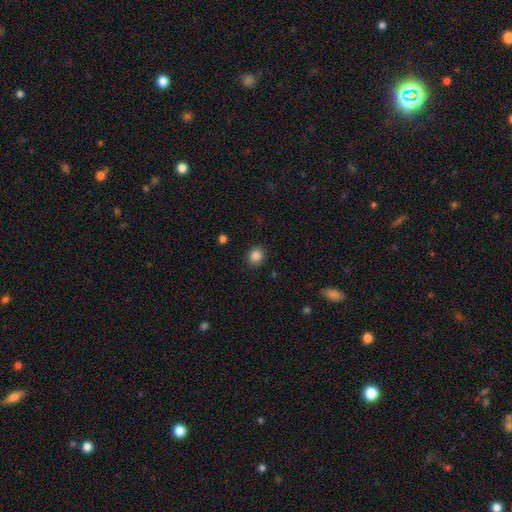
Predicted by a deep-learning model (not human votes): Smooth or featured?
  - smooth: 86% *
  - star or artifact: 10%
  - featured or disk: 4%
How rounded?
  - round: 65% *
  - in between: 34%
  - cigar-shaped: 1%
Merging?
  - none: 89% *
  - minor disturbance: 7%
  - major disturbance: 2%
  - merger: 1%